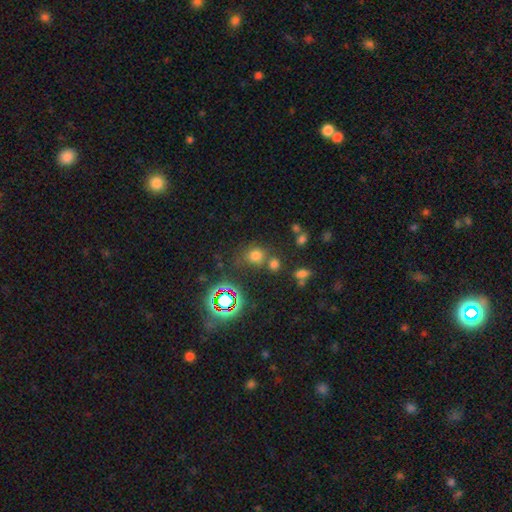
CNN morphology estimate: Smooth or featured?
  - smooth: 66% *
  - star or artifact: 26%
  - featured or disk: 8%
How rounded?
  - round: 77% *
  - in between: 22%
  - cigar-shaped: 1%
Merging?
  - none: 62% *
  - merger: 19%
  - minor disturbance: 13%
  - major disturbance: 6%